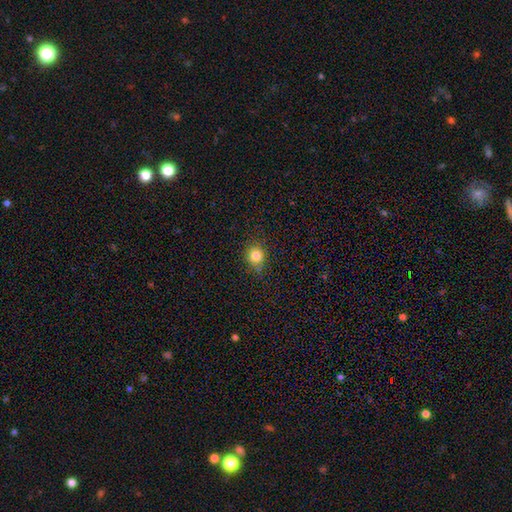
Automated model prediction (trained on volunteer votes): smooth-or-featured: smooth: 82% | star or artifact: 12% | featured or disk: 6%
  how-rounded: round: 84% | in between: 15% | cigar-shaped: 1%
  merging: none: 83% | minor disturbance: 13% | major disturbance: 3% | merger: 2%